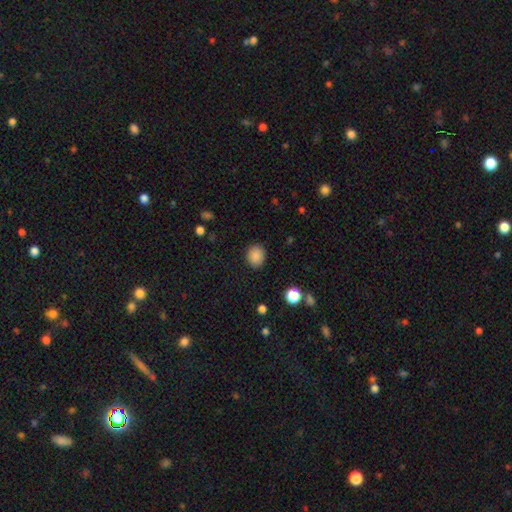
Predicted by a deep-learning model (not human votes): Q: Smooth or featured?
A: smooth (87%); runner-up: star or artifact (10%)
Q: How rounded?
A: round (73%); runner-up: in between (27%)
Q: Merging?
A: none (89%); runner-up: minor disturbance (7%)